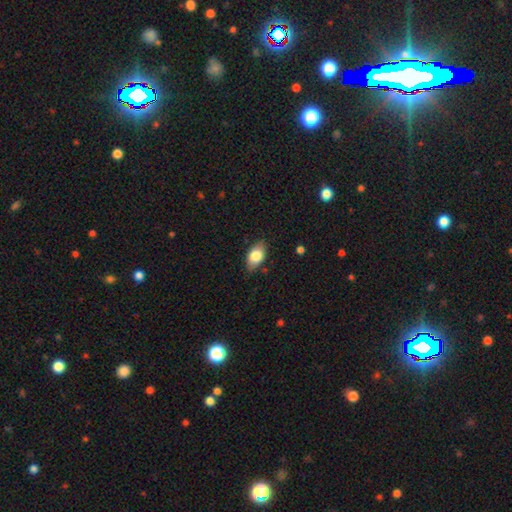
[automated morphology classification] smooth 79%, featured or disk 14%, star or artifact 7%. Down the decision tree: how rounded — in between (90%); merging — none (81%).